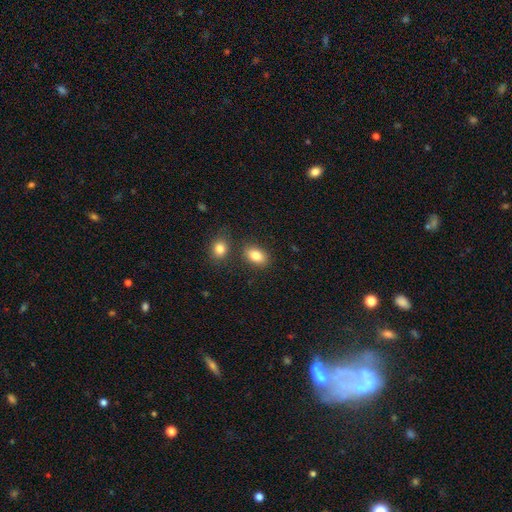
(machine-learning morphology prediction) Overall: smooth (84%). How rounded: in between (86%). Merging: none (78%).